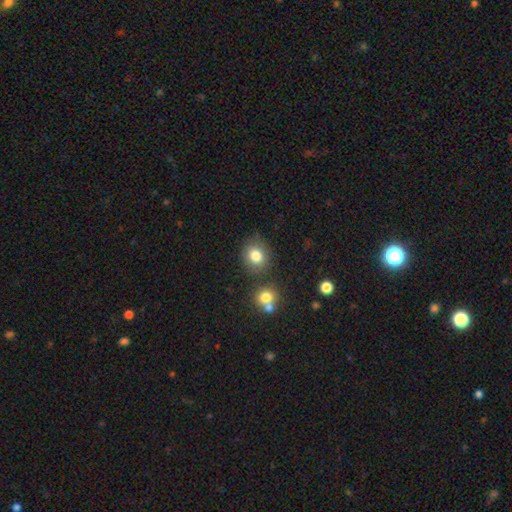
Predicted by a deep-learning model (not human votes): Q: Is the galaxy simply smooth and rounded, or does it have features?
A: smooth — 82%.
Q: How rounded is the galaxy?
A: round — 74%.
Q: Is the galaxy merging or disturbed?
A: none — 76%.